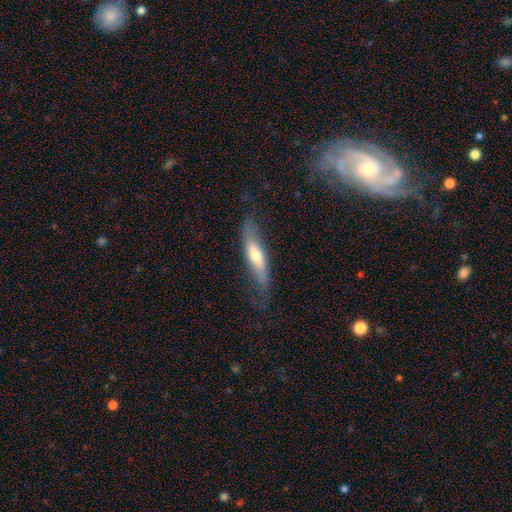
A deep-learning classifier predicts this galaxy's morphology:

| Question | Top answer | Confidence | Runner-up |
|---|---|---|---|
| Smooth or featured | featured or disk | 48% | smooth (45%) |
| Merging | none | 66% | minor disturbance (23%) |